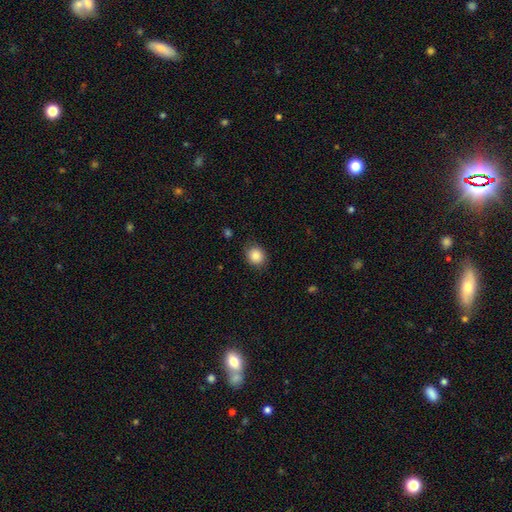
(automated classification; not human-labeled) Q: Smooth or featured?
A: smooth (87%); runner-up: star or artifact (9%)
Q: How rounded?
A: round (68%); runner-up: in between (31%)
Q: Merging?
A: none (83%); runner-up: minor disturbance (13%)